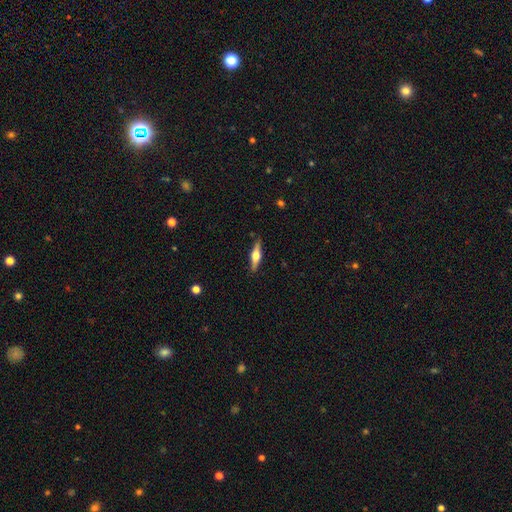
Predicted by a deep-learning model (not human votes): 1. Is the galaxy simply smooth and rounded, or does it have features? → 66% featured or disk, 29% smooth, 6% star or artifact.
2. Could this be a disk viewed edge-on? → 97% yes, 3% no.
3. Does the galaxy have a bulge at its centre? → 94% rounded, 5% boxy, 2% none.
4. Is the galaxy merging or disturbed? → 90% none, 8% minor disturbance, 2% major disturbance, 1% merger.